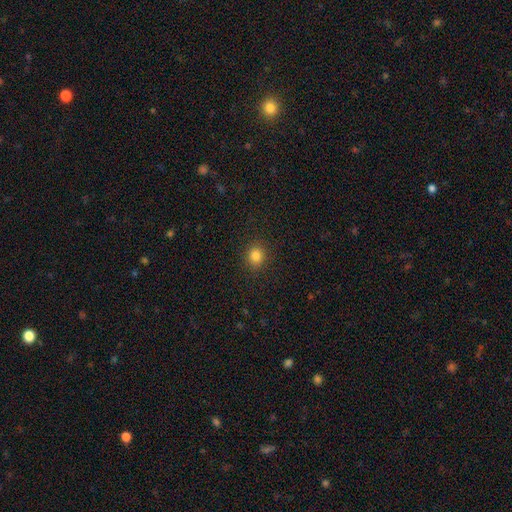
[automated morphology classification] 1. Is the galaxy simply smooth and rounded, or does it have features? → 84% smooth, 12% star or artifact, 4% featured or disk.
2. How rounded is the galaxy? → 75% round, 24% in between, 1% cigar-shaped.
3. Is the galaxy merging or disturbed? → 90% none, 7% minor disturbance, 2% major disturbance, 1% merger.